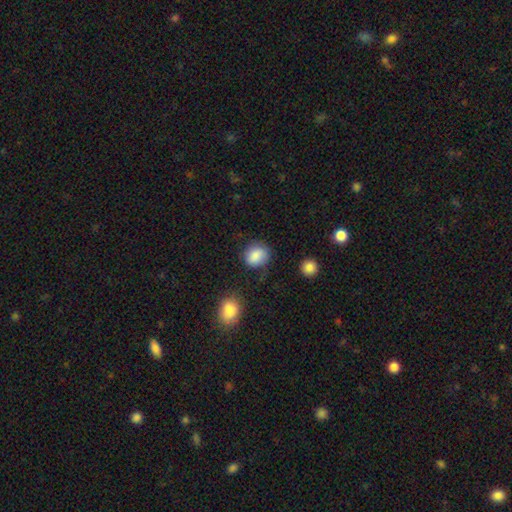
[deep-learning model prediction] smooth-or-featured: smooth: 86% | star or artifact: 8% | featured or disk: 6%
  how-rounded: round: 68% | in between: 31% | cigar-shaped: 1%
  merging: none: 75% | minor disturbance: 17% | major disturbance: 5% | merger: 3%